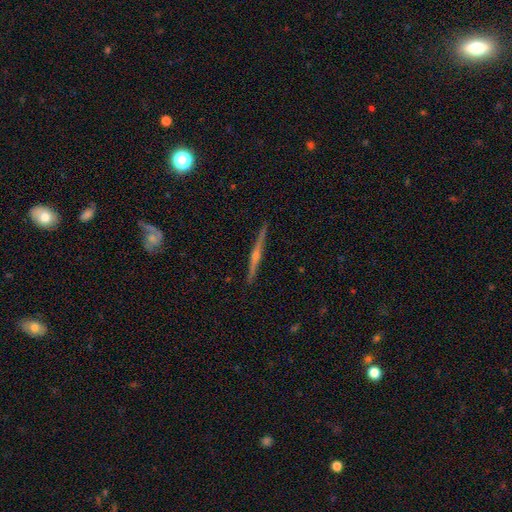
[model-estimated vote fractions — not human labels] Smooth or featured: featured or disk — 81% (smooth — 13%)
Edge-on disk: yes — 98% (no — 2%)
Edge-on bulge: rounded — 85% (none — 10%)
Merging: none — 92% (minor disturbance — 6%)